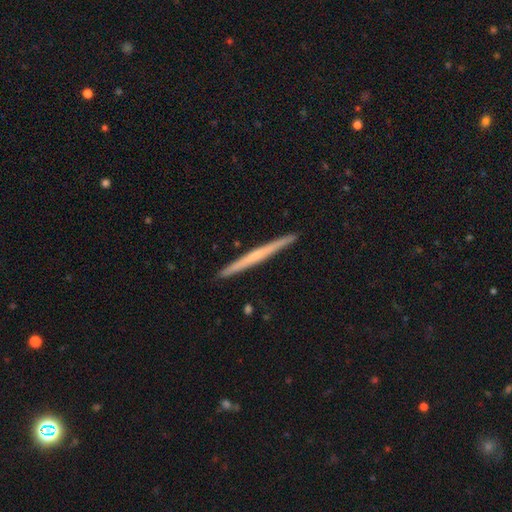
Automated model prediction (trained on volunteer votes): smooth-or-featured: featured or disk: 57% | smooth: 37% | star or artifact: 6%
  disk-edge-on: yes: 98% | no: 2%
    edge-on-bulge: none: 73% | rounded: 22% | boxy: 5%
  merging: none: 93% | minor disturbance: 5% | major disturbance: 1% | merger: 1%